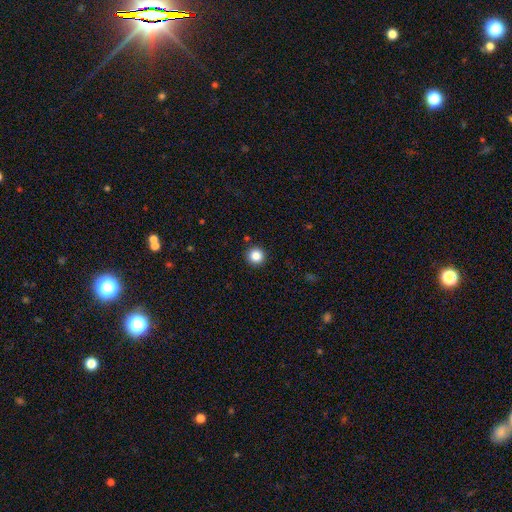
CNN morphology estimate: A smooth galaxy with no disk features (85%) that is round (96%).

Vote fractions:
- Smooth or featured? smooth: 85% / star or artifact: 11% / featured or disk: 4%
- How rounded? round: 96% / in between: 3% / cigar-shaped: 1%
- Merging? none: 92% / minor disturbance: 5% / major disturbance: 2% / merger: 1%